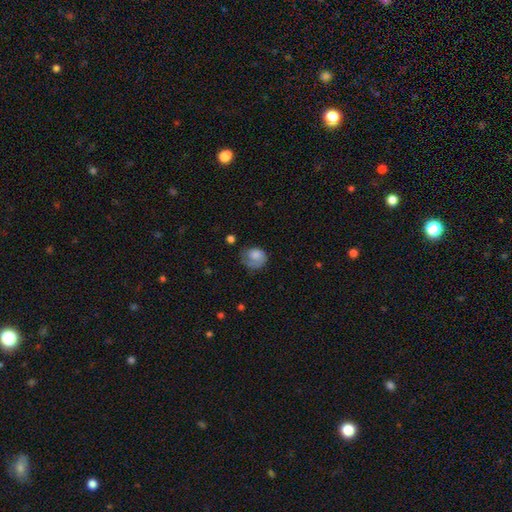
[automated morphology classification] Q: Smooth or featured?
A: smooth (65%); runner-up: featured or disk (27%)
Q: How rounded?
A: round (62%); runner-up: in between (37%)
Q: Merging?
A: none (42%); runner-up: minor disturbance (28%)